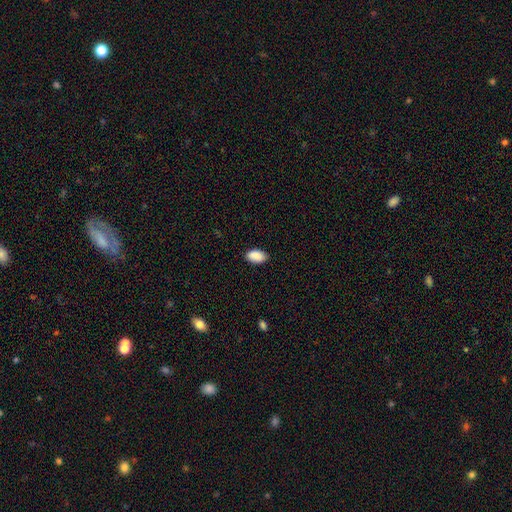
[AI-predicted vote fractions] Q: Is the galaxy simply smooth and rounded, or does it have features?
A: smooth — 91%.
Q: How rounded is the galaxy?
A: in between — 94%.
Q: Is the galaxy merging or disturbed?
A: none — 88%.